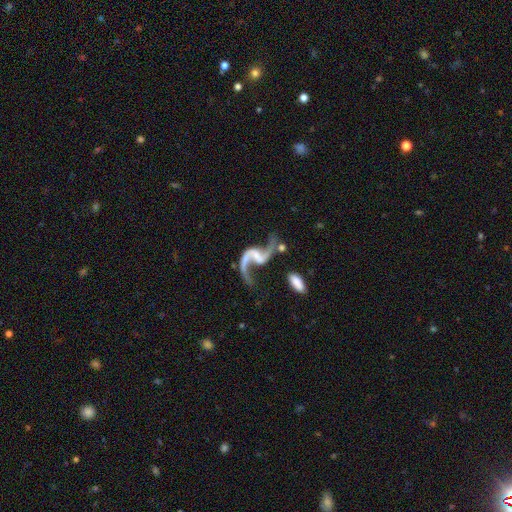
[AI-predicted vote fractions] This appears to be a featured or disk galaxy (91%) with a weak bar (41%), 2 (91%) loose (88%) spiral arms (96%) and no central bulge (55%). Merging: none (55%).